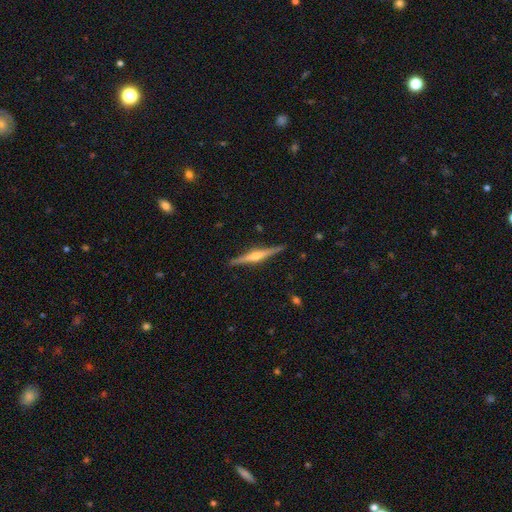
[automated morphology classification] Overall: featured or disk (81%). Edge-on disk: yes (98%). Edge-on bulge: rounded (90%). Merging: none (91%).